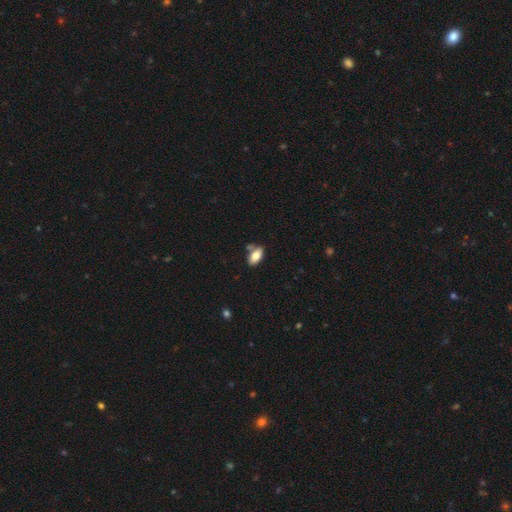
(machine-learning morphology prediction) type=smooth (81%); roundness=in between (92%); merging=none (67%).